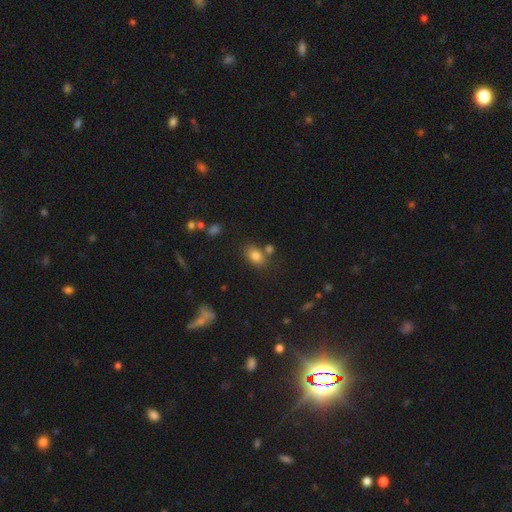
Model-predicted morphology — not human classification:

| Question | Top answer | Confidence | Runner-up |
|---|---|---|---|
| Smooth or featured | smooth | 80% | star or artifact (12%) |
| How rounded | in between | 74% | round (24%) |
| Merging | none | 68% | merger (14%) |